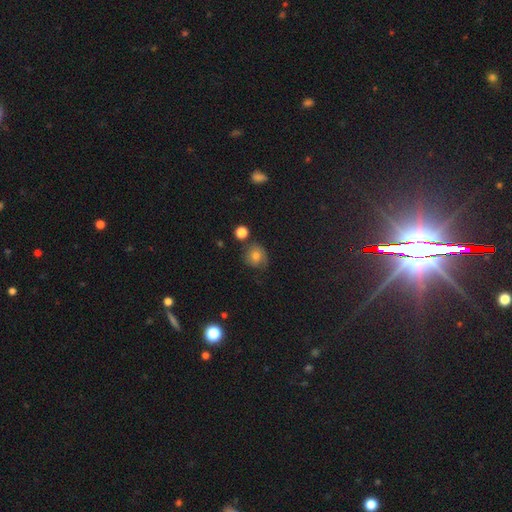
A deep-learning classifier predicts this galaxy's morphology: A smooth galaxy with no disk features (64%) that is round (80%).

Vote fractions:
- Smooth or featured? smooth: 64% / featured or disk: 22% / star or artifact: 13%
- How rounded? round: 80% / in between: 19% / cigar-shaped: 1%
- Merging? none: 59% / minor disturbance: 24% / major disturbance: 12% / merger: 5%